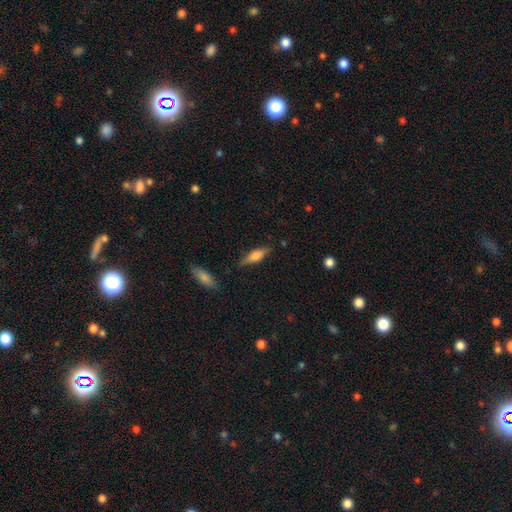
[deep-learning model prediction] smooth 62%, featured or disk 32%, star or artifact 7%. Down the decision tree: how rounded — in between (51%); merging — none (79%).